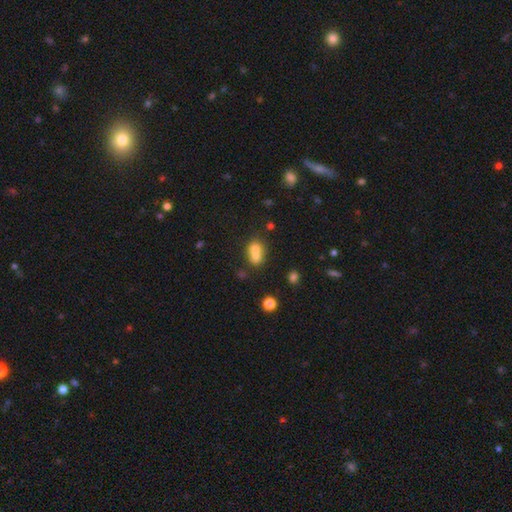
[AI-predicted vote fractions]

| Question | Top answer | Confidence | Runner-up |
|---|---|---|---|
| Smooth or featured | smooth | 69% | featured or disk (18%) |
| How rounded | round | 52% | in between (47%) |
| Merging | merger | 65% | none (25%) |